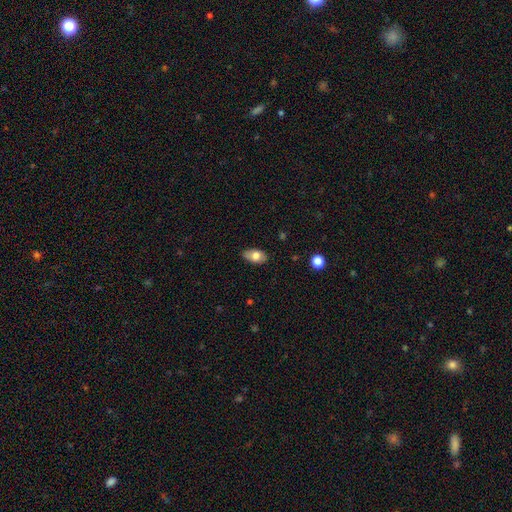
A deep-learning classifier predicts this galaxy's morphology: smooth_or_featured: smooth (p=0.75) [alt: featured or disk p=0.18]
how_rounded: in between (p=0.92) [alt: round p=0.06]
merging: none (p=0.83) [alt: minor disturbance p=0.14]